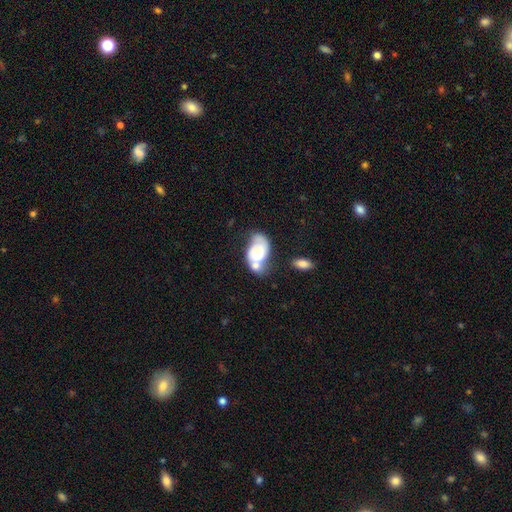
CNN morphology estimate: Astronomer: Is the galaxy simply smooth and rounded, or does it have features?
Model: smooth — 52% (runner-up: featured or disk, 41%).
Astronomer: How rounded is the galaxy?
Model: in between — 88%.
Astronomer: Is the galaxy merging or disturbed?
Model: merger — 43% (runner-up: none, 21%).